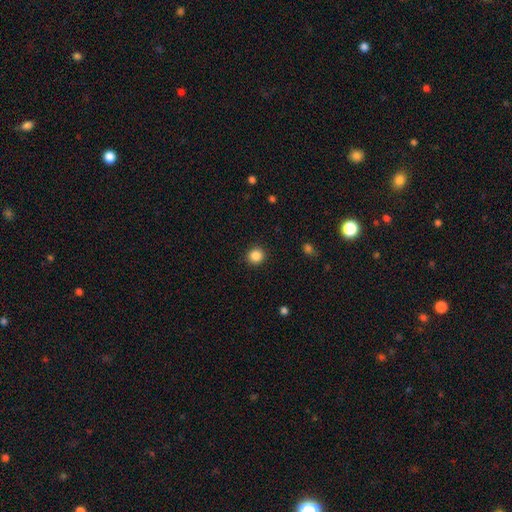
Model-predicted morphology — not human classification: smooth 86%, star or artifact 10%, featured or disk 3%. Down the decision tree: how rounded — round (92%); merging — none (92%).